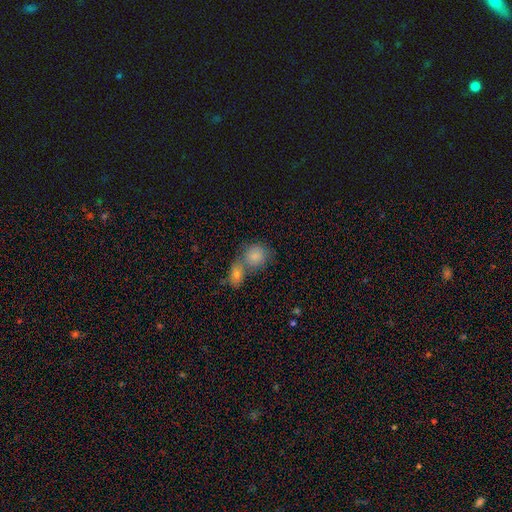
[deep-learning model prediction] The model was most divided on "merging": merger: 55%, none: 33%, minor disturbance: 8%, major disturbance: 4%. More confident: smooth or featured — smooth (82%); how rounded — round (70%).